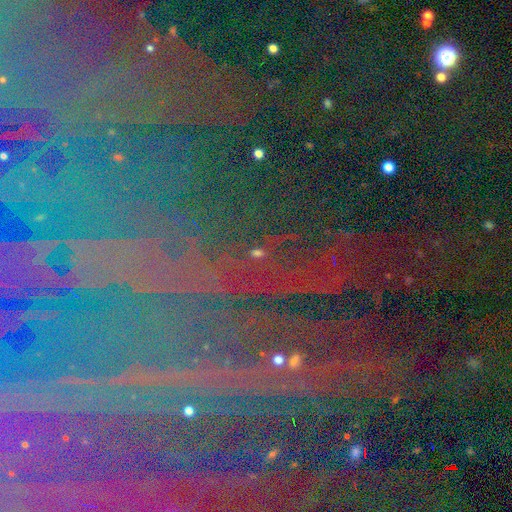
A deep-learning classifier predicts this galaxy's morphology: Smooth or featured? star or artifact (86%)